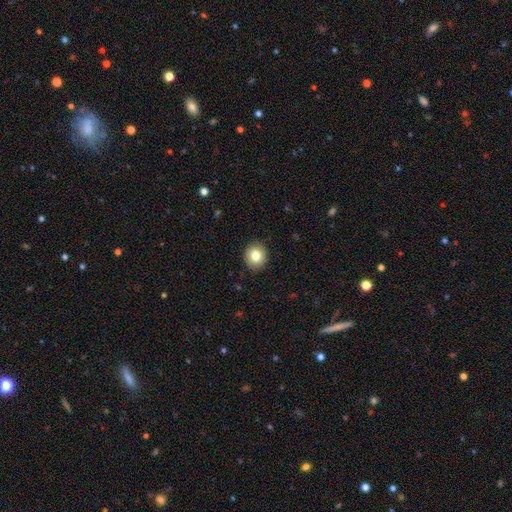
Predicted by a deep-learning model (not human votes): This is clearly a smooth galaxy (81%). How rounded: likely round (80%). Merging: clearly none (91%).